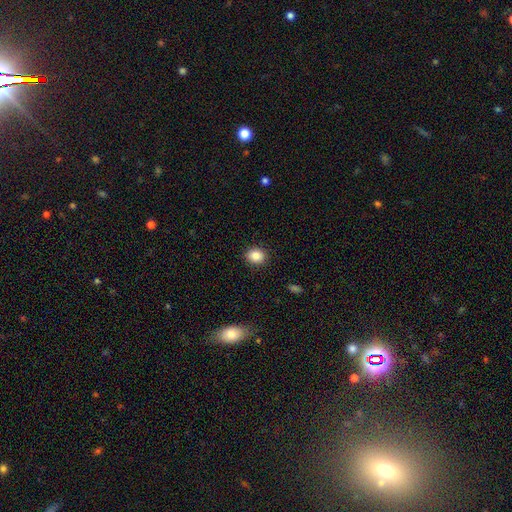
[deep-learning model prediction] A smooth galaxy with no disk features (86%) that is round (66%).

Vote fractions:
- Smooth or featured? smooth: 86% / star or artifact: 9% / featured or disk: 5%
- How rounded? round: 66% / in between: 33% / cigar-shaped: 1%
- Merging? none: 90% / minor disturbance: 7% / major disturbance: 2% / merger: 1%